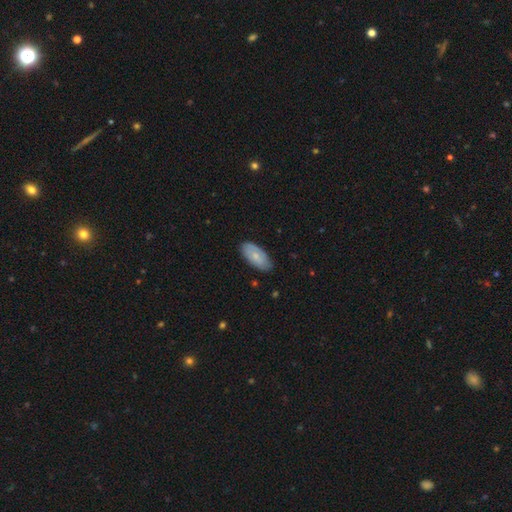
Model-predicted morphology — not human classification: The model was most divided on "smooth or featured": smooth: 68%, featured or disk: 26%, star or artifact: 6%. More confident: how rounded — in between (92%); merging — none (81%).